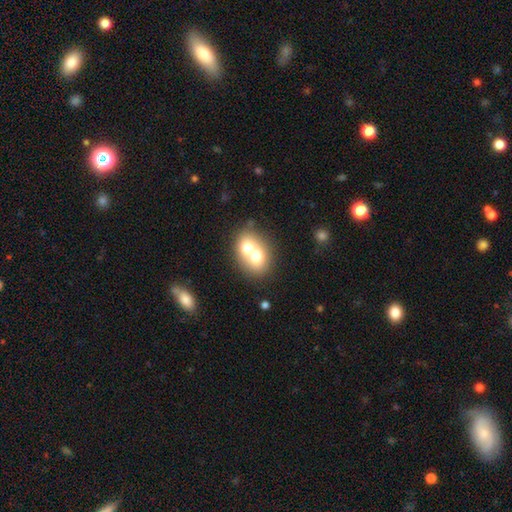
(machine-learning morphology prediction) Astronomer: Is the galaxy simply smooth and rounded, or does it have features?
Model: smooth — 65%.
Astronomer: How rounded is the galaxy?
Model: round — 54% (runner-up: in between, 45%).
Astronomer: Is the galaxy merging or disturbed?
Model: merger — 71%.